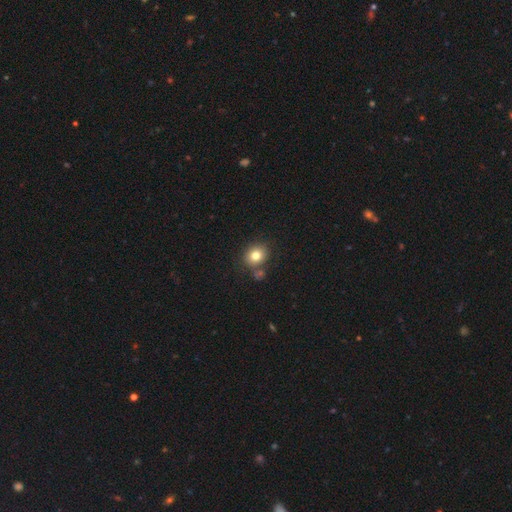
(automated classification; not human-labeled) smooth-or-featured: smooth: 79% | star or artifact: 11% | featured or disk: 10%
  how-rounded: round: 69% | in between: 30% | cigar-shaped: 1%
  merging: none: 70% | merger: 14% | minor disturbance: 12% | major disturbance: 4%